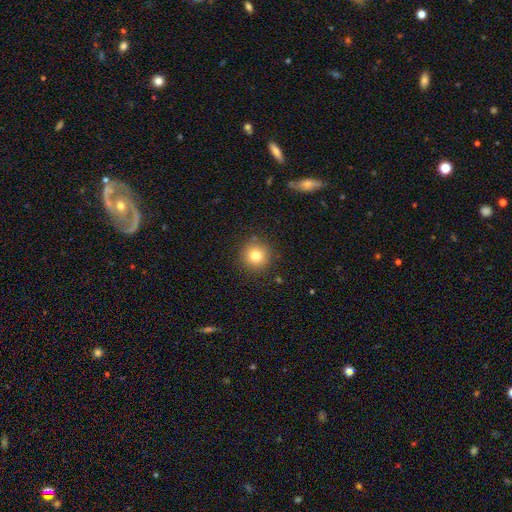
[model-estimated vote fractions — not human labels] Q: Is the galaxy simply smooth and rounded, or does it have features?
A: smooth — 80%.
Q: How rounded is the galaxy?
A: round — 94%.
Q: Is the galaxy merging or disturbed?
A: none — 89%.